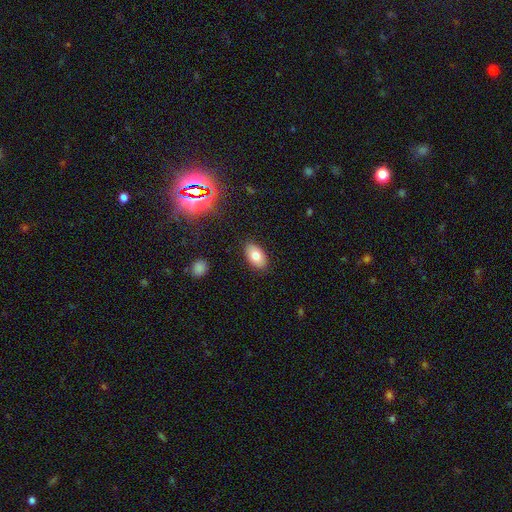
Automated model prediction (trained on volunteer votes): A smooth galaxy with no disk features (78%) that is in between round and cigar-shaped (93%).

Vote fractions:
- Smooth or featured? smooth: 78% / featured or disk: 14% / star or artifact: 8%
- How rounded? in between: 93% / round: 5% / cigar-shaped: 1%
- Merging? none: 87% / minor disturbance: 10% / major disturbance: 2% / merger: 1%